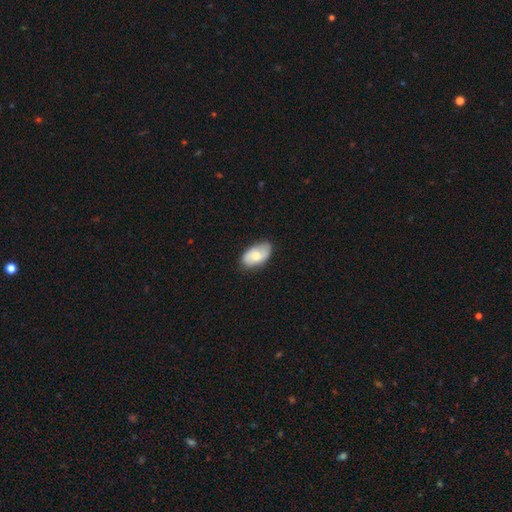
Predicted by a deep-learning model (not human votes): The model was most divided on "smooth or featured": smooth: 68%, featured or disk: 25%, star or artifact: 6%. More confident: how rounded — in between (94%); merging — none (78%).